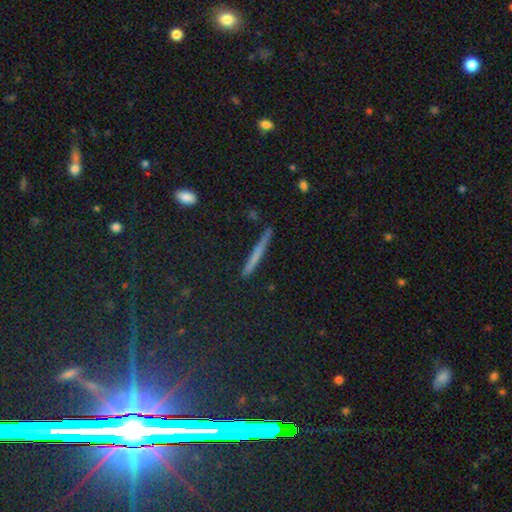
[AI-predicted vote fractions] A smooth galaxy with no disk features (55%) that is cigar-shaped (95%). Merging: none (86%).